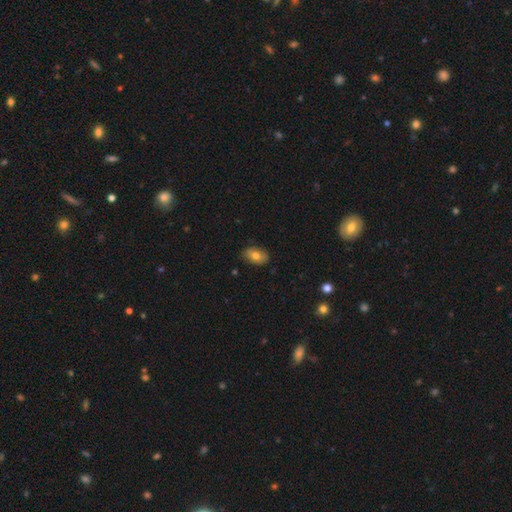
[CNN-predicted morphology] The model was most divided on "smooth or featured": smooth: 75%, featured or disk: 17%, star or artifact: 8%. More confident: how rounded — in between (89%); merging — none (83%).